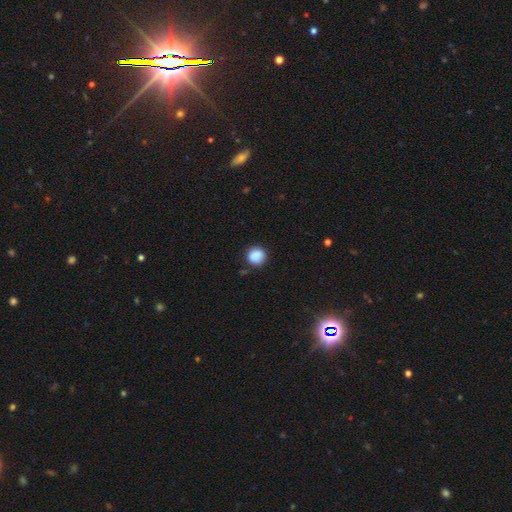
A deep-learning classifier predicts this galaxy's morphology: The model was most divided on "merging": none: 81%, minor disturbance: 13%, major disturbance: 3%, merger: 3%. More confident: how rounded — round (90%); smooth or featured — smooth (87%).